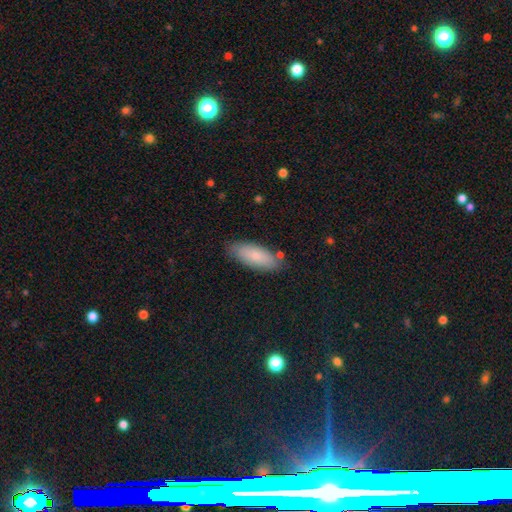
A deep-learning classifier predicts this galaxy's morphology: A smooth galaxy with no disk features (77%) that is in between round and cigar-shaped (79%). Merging: none (79%).